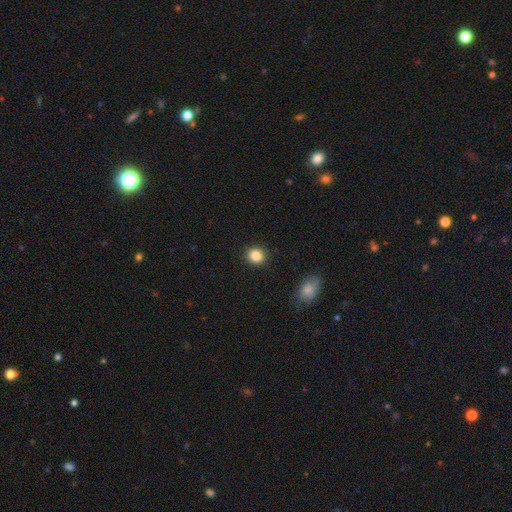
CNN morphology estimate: Smooth or featured?
  - smooth: 86% *
  - star or artifact: 10%
  - featured or disk: 3%
How rounded?
  - round: 75% *
  - in between: 24%
  - cigar-shaped: 1%
Merging?
  - none: 91% *
  - minor disturbance: 6%
  - major disturbance: 2%
  - merger: 1%